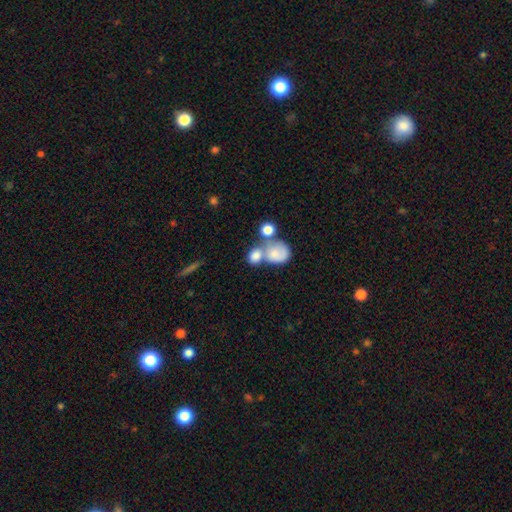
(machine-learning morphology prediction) A smooth galaxy with no disk features (75%) that is round (55%). Merging: merger (52%).